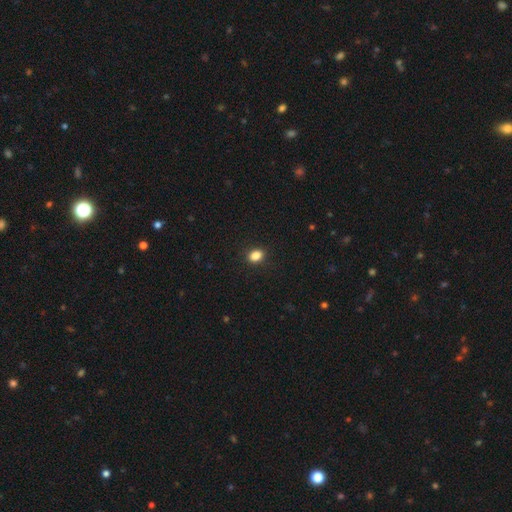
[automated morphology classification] smooth 85%, star or artifact 11%, featured or disk 4%. Down the decision tree: how rounded — in between (63%); merging — none (90%).